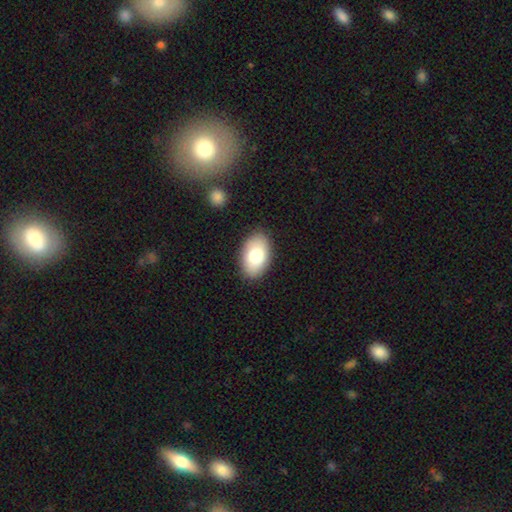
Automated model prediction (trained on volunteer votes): This appears to be a smooth galaxy with no disk features (77%) that is in between round and cigar-shaped (92%). Merging: none (88%).